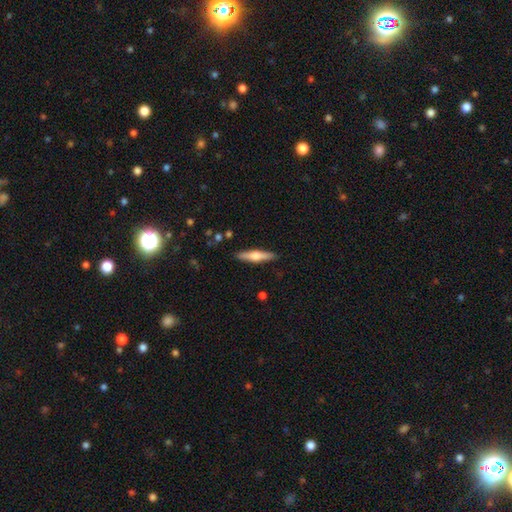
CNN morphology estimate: smooth_or_featured: featured or disk (p=0.49) [alt: smooth p=0.45]
merging: none (p=0.90) [alt: minor disturbance p=0.07]